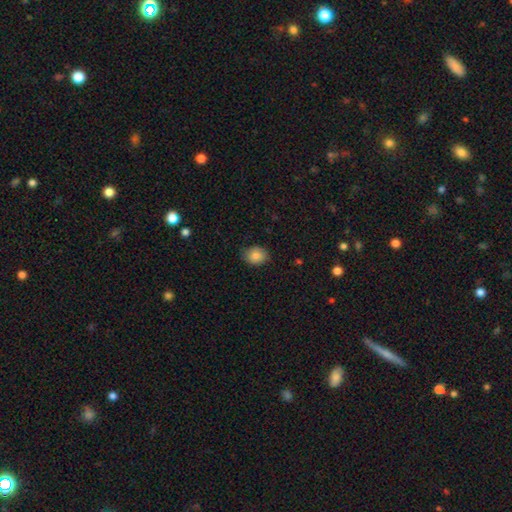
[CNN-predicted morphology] This appears to be a smooth galaxy with no disk features (84%) that is round (54%). Merging: none (80%).